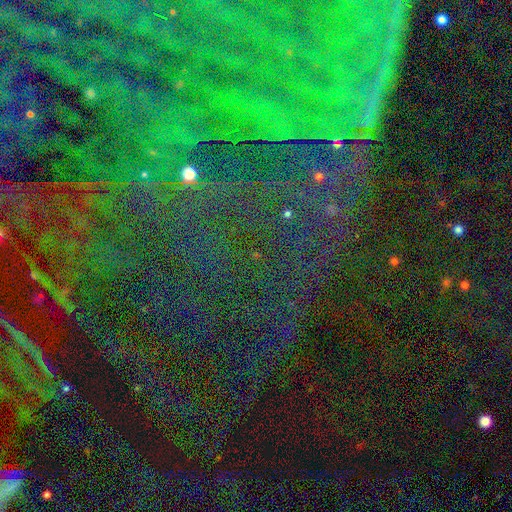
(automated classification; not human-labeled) Morphology: type=star or artifact (87%).